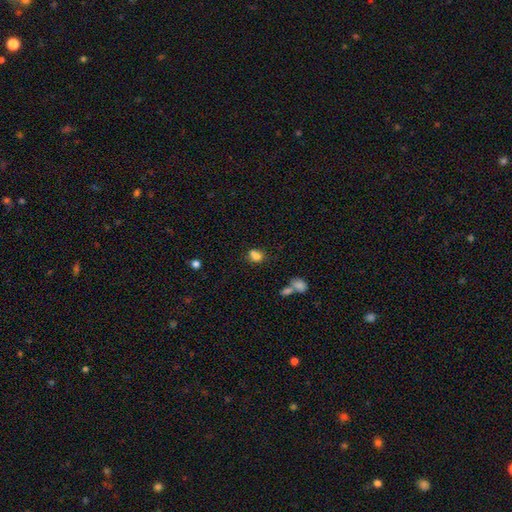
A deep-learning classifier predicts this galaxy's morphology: Smooth or featured?
  - smooth: 76% *
  - star or artifact: 13%
  - featured or disk: 11%
How rounded?
  - round: 52% *
  - in between: 46%
  - cigar-shaped: 1%
Merging?
  - merger: 41% *
  - none: 39%
  - minor disturbance: 14%
  - major disturbance: 6%